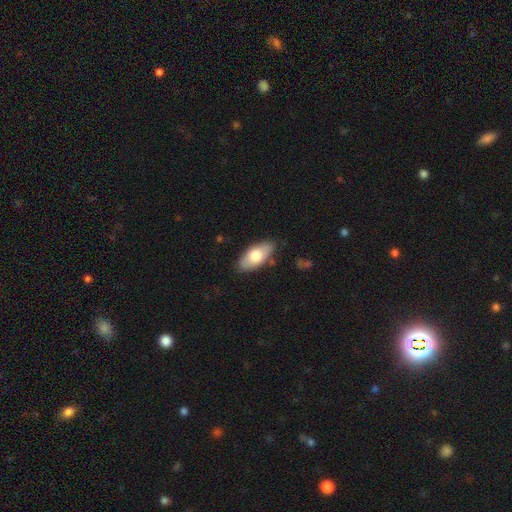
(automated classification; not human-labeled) A smooth galaxy with no disk features (71%) that is in between round and cigar-shaped (90%). Merging: none (84%).